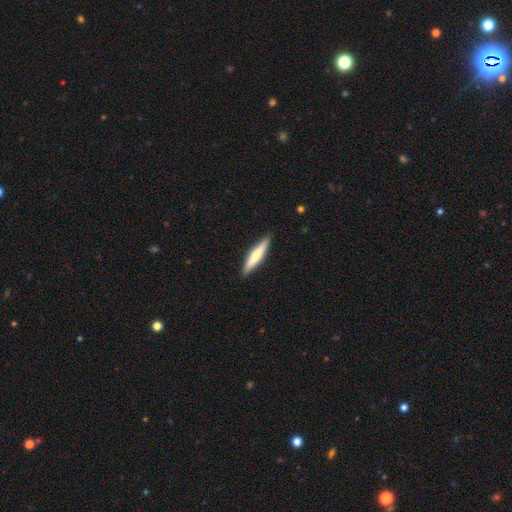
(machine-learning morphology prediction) Smooth or featured? smooth (59%)
How rounded? cigar-shaped (86%)
Merging? none (90%)